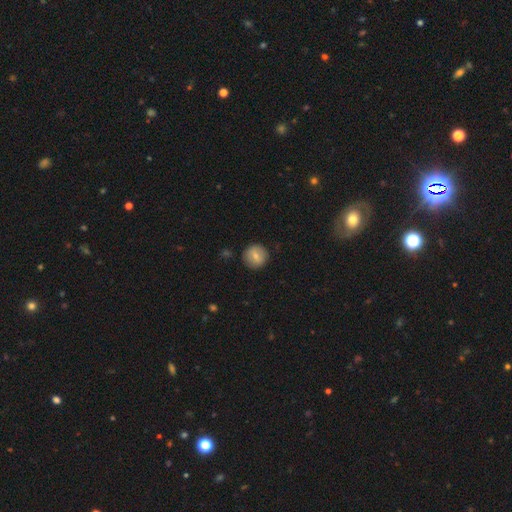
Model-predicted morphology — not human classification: type=smooth (72%); roundness=round (90%); merging=none (88%).